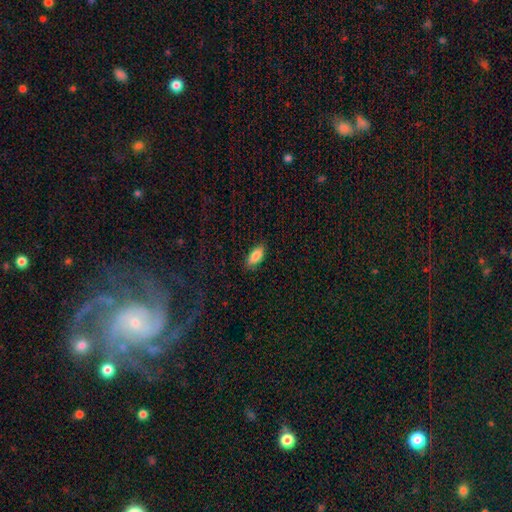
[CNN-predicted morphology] smooth 86%, featured or disk 7%, star or artifact 7%. Down the decision tree: how rounded — in between (86%); merging — none (85%).